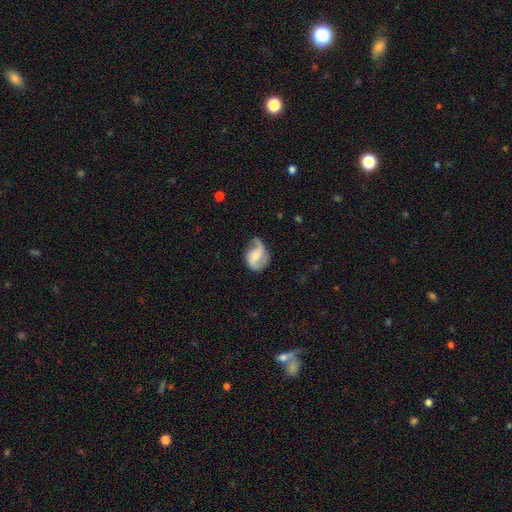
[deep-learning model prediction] Morphology: type=featured or disk (74%); edge-on=no (97%); bar=weak (44%); spiral arms=yes (92%); winding=loose (51%); arm count=2 (78%); bulge=moderate (43%); merging=none (54%).